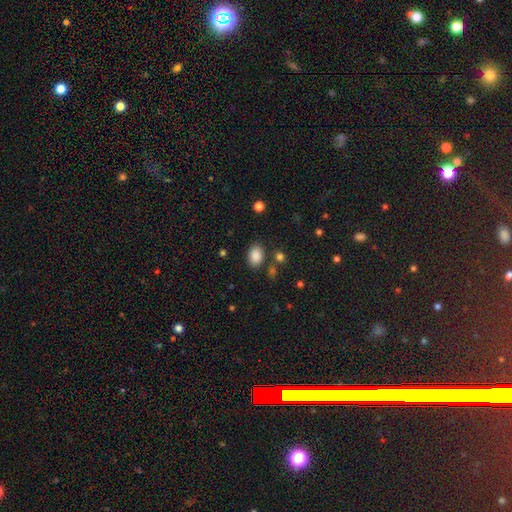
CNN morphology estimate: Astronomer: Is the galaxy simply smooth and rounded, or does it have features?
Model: smooth — 87%.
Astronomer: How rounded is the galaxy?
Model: in between — 82%.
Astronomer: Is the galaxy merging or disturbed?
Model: none — 80%.